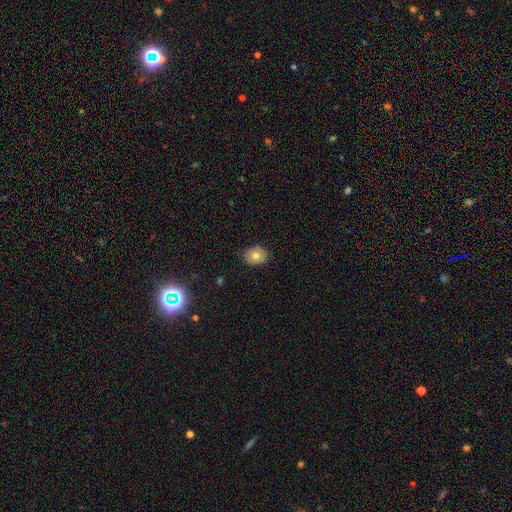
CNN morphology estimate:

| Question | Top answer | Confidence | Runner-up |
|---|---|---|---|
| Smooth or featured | smooth | 77% | featured or disk (14%) |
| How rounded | in between | 58% | round (41%) |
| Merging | none | 84% | minor disturbance (13%) |